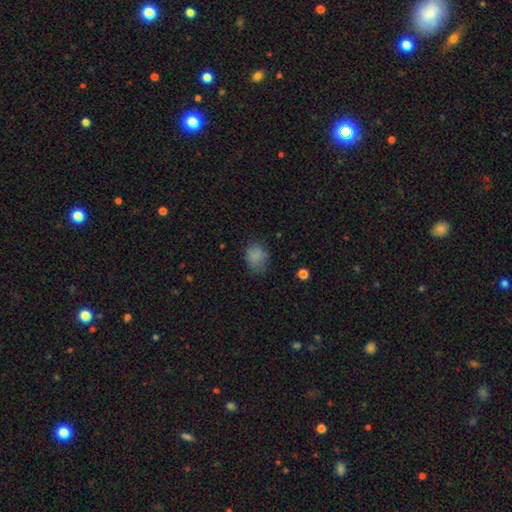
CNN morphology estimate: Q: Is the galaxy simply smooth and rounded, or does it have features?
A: smooth — 81%.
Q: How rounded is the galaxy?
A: in between — 54%.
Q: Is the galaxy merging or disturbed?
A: none — 66%.